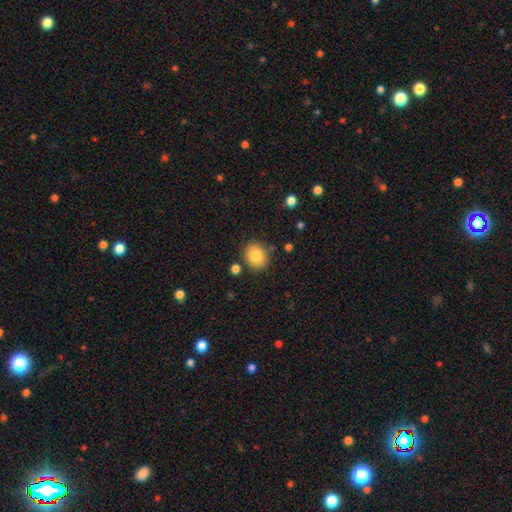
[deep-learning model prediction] Morphology: type=smooth (83%); roundness=round (63%); merging=none (84%).